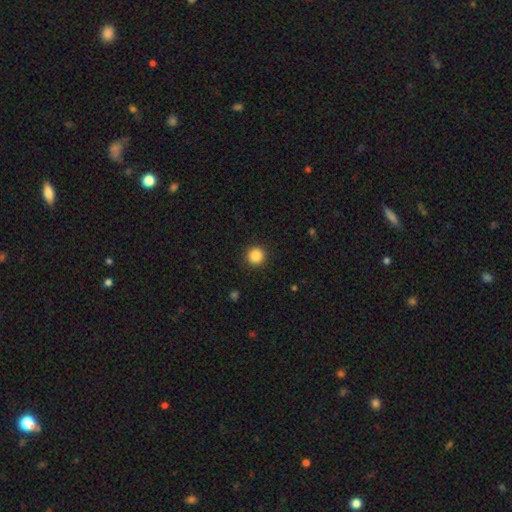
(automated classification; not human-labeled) This appears to be a smooth galaxy with no disk features (86%) that is round (95%). Merging: none (92%).